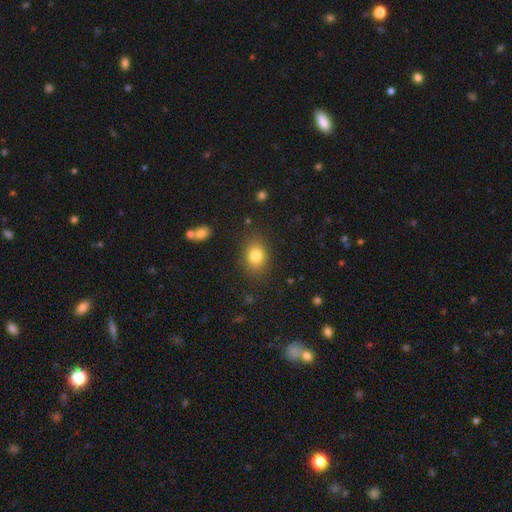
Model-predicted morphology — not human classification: A smooth galaxy with no disk features (81%) that is in between round and cigar-shaped (59%).

Vote fractions:
- Smooth or featured? smooth: 81% / star or artifact: 11% / featured or disk: 8%
- How rounded? in between: 59% / round: 40% / cigar-shaped: 1%
- Merging? none: 84% / minor disturbance: 11% / major disturbance: 4% / merger: 2%